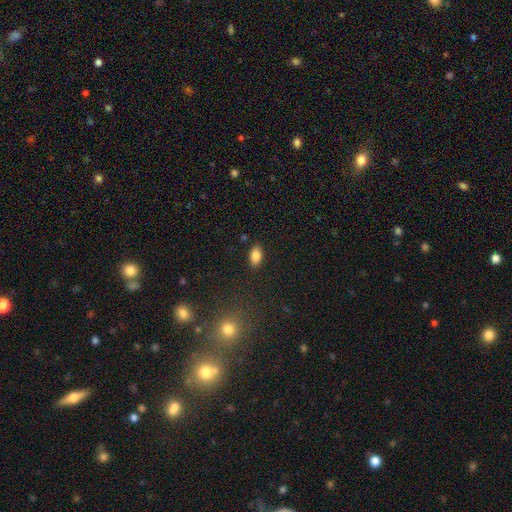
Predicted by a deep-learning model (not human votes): Morphology: type=smooth (84%); roundness=in between (91%); merging=none (87%).